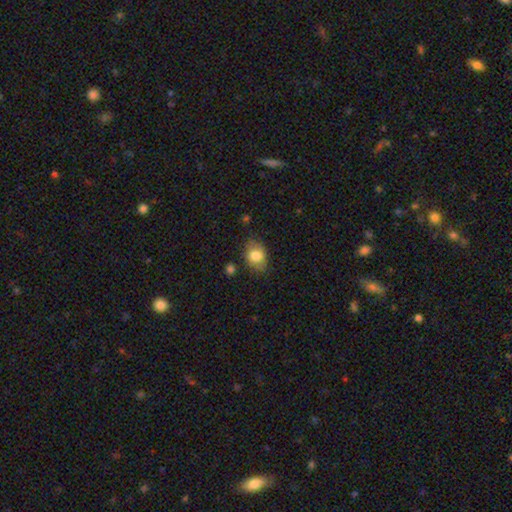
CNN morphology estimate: This is clearly a smooth galaxy (81%). How rounded: possibly in between (57%). Merging: likely none (71%).